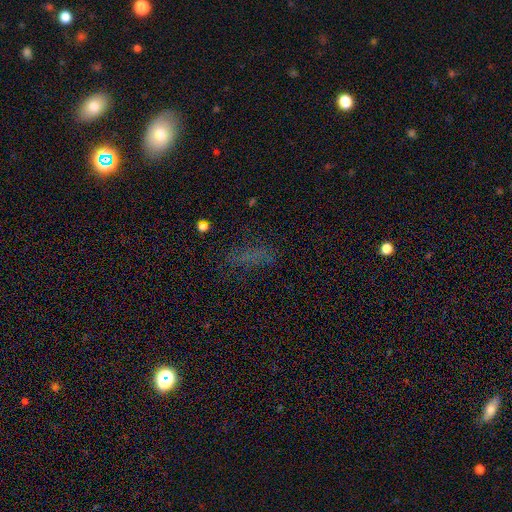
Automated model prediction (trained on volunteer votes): Smooth or featured: smooth — 49% (star or artifact — 31%)
Merging: none — 72% (minor disturbance — 15%)